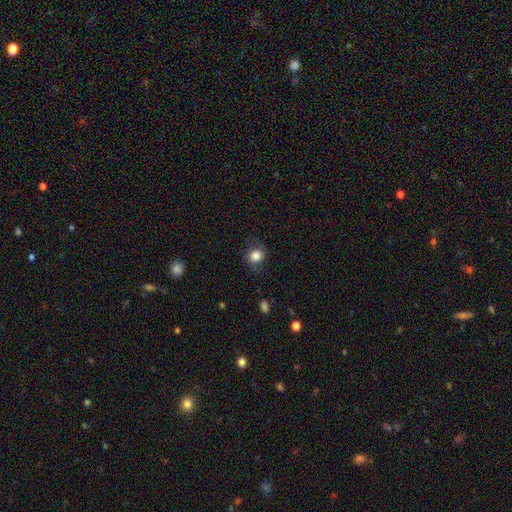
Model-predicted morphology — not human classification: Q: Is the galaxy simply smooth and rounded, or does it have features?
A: smooth — 82%.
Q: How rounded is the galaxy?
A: round — 71%.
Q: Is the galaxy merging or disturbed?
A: none — 71%.